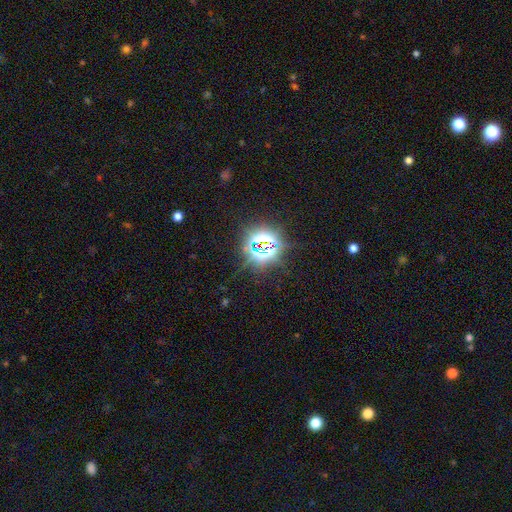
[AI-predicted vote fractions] star or artifact 80%, smooth 13%, featured or disk 7%.